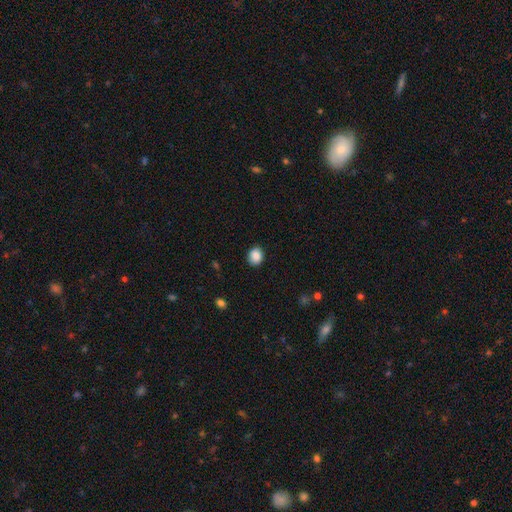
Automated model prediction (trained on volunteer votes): smooth 88%, star or artifact 8%, featured or disk 3%. Down the decision tree: how rounded — round (60%); merging — none (88%).